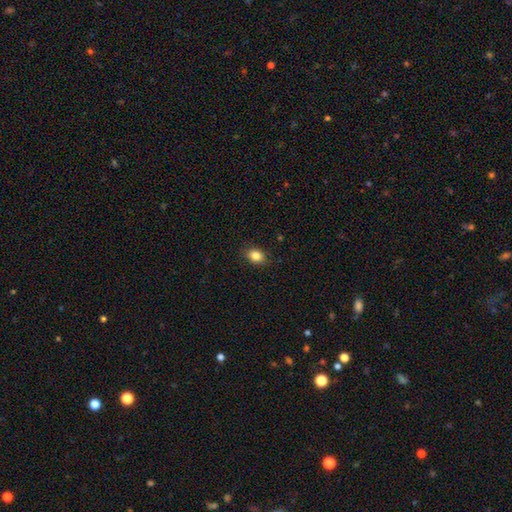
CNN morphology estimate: Smooth or featured? smooth (85%)
How rounded? in between (66%)
Merging? none (87%)